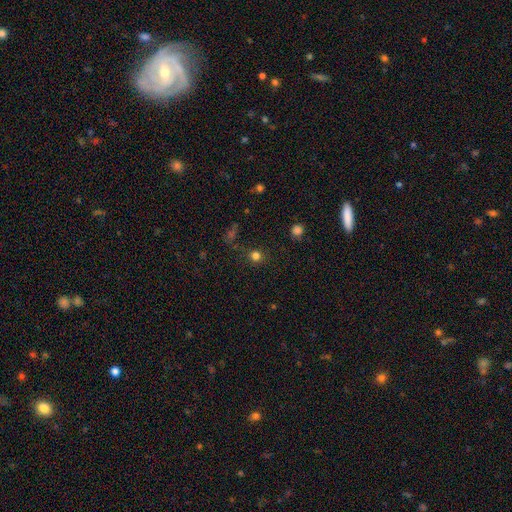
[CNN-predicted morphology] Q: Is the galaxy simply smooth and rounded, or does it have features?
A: smooth — 76%.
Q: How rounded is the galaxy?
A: round — 91%.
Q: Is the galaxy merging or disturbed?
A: none — 86%.